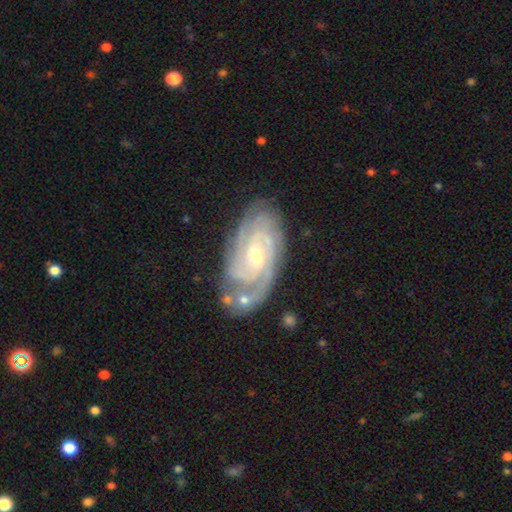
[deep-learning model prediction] Overall: featured or disk (89%). Edge-on disk: no (96%). Bar: no (55%; weak 34%). Spiral arms: yes (98%). Spiral arm count: 3 (33%; 2 20%). Spiral winding: tight (73%). Bulge size: moderate (53%; small 43%). Merging: none (71%).